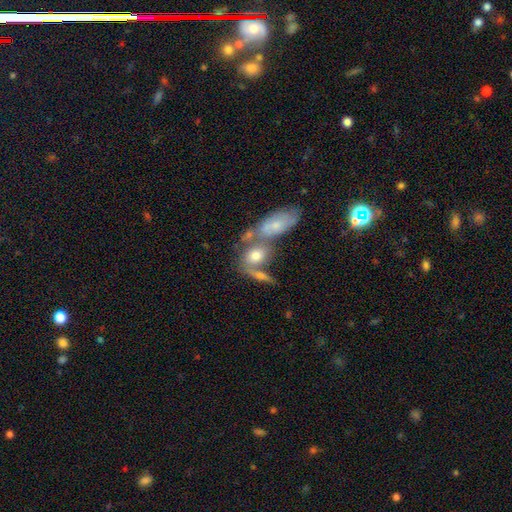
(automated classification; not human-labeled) Smooth or featured? smooth (61%)
How rounded? in between (64%)
Merging? merger (51%)